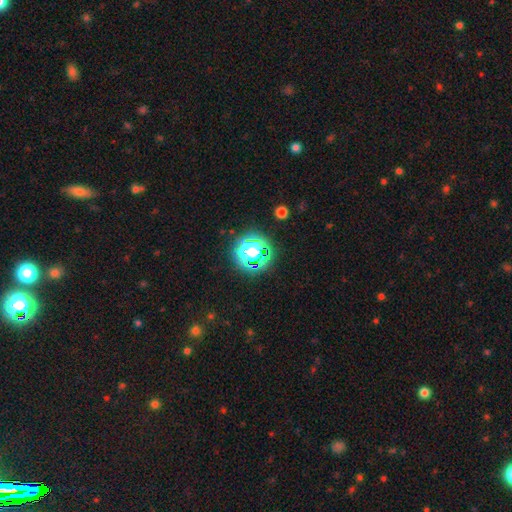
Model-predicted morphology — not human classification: Smooth or featured: star or artifact — 65% (smooth — 26%)